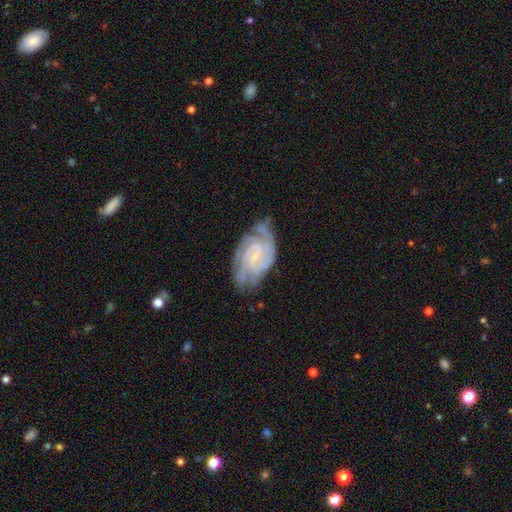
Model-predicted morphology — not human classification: smooth-or-featured: featured or disk: 86% | smooth: 8% | star or artifact: 6%
  disk-edge-on: no: 97% | yes: 3%
    bar: no: 49% | weak: 42% | strong: 10%
    has-spiral-arms: yes: 97% | no: 3%
      spiral-winding: tight: 61% | medium: 33% | loose: 6%
      spiral-arm-count: 2: 25% (tied) | 3: 25% (tied) | can't tell: 23% | 4: 14% | more than 4: 6% | 1: 6%
    bulge-size: small: 74% | none: 14% | moderate: 10% | large: 1% | dominant: 1%
  merging: none: 66% | minor disturbance: 24% | major disturbance: 9% | merger: 2%